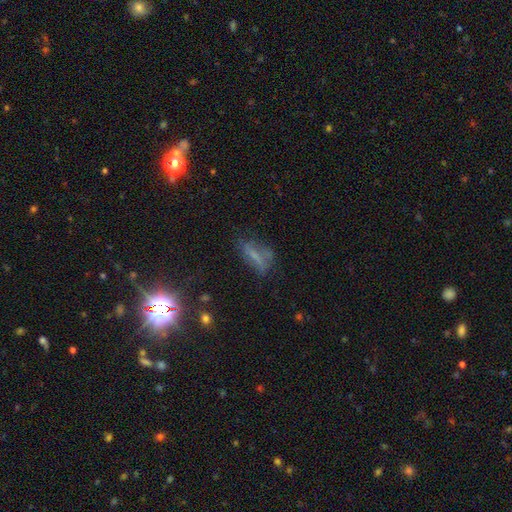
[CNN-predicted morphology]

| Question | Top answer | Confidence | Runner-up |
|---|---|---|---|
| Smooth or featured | smooth | 42% | featured or disk (31%) |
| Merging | none | 51% | minor disturbance (24%) |